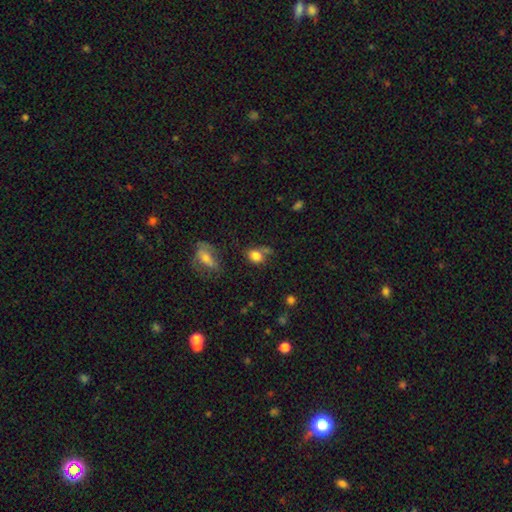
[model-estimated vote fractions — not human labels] Smooth or featured?
  - smooth: 80% *
  - star or artifact: 11%
  - featured or disk: 9%
How rounded?
  - in between: 61% *
  - round: 37%
  - cigar-shaped: 2%
Merging?
  - none: 52% *
  - minor disturbance: 24%
  - merger: 14%
  - major disturbance: 10%